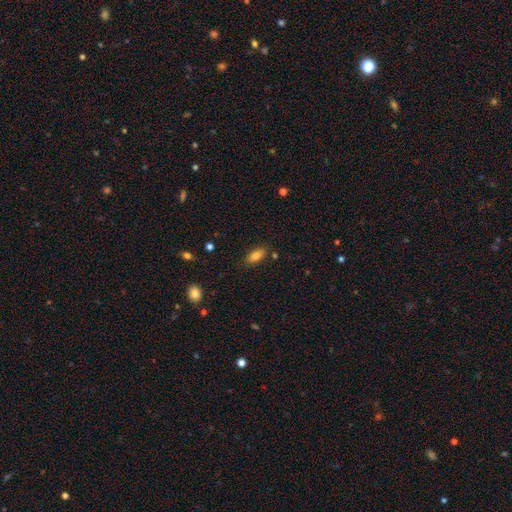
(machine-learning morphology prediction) smooth-or-featured: smooth: 84% | star or artifact: 9% | featured or disk: 8%
  how-rounded: in between: 86% | cigar-shaped: 11% | round: 3%
  merging: none: 82% | minor disturbance: 12% | major disturbance: 3% | merger: 3%